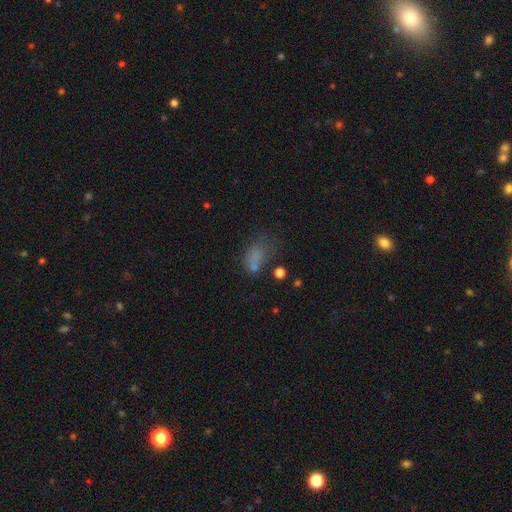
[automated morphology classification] This is likely a smooth galaxy (64%). How rounded: clearly in between (82%). Merging: marginally none (34%).